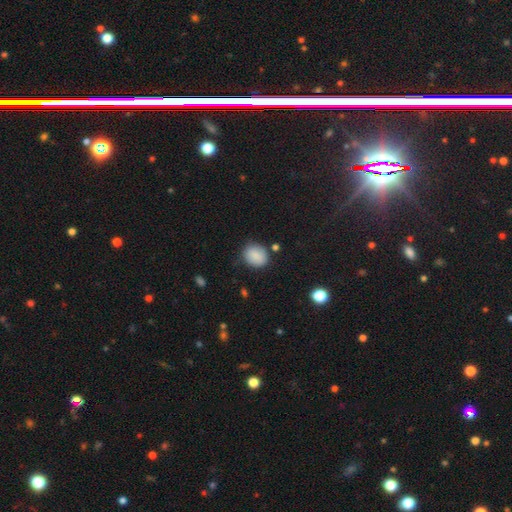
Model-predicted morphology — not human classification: Smooth or featured? Predicted: smooth (p=0.85). How rounded? Predicted: round (p=0.54). Merging? Predicted: none (p=0.77).